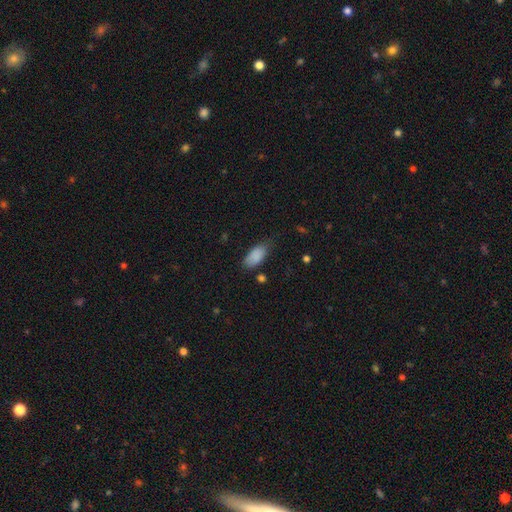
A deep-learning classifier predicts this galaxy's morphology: A smooth galaxy with no disk features (88%) that is in between round and cigar-shaped (91%). Merging: none (62%).